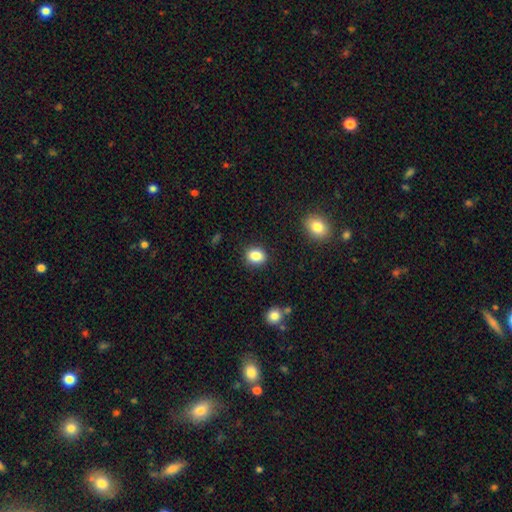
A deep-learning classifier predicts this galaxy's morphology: A smooth galaxy with no disk features (85%) that is round (61%).

Vote fractions:
- Smooth or featured? smooth: 85% / star or artifact: 10% / featured or disk: 5%
- How rounded? round: 61% / in between: 38% / cigar-shaped: 1%
- Merging? none: 89% / minor disturbance: 7% / major disturbance: 2% / merger: 2%